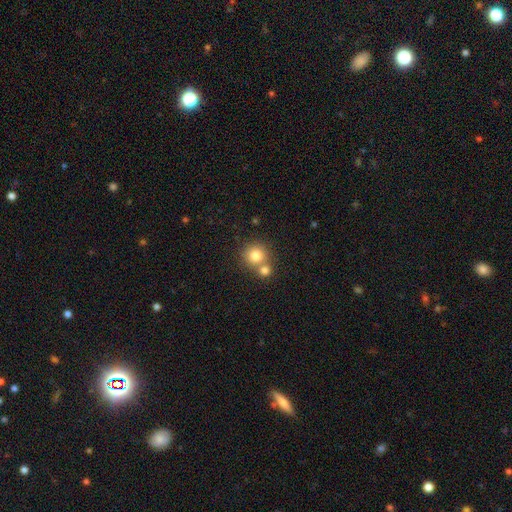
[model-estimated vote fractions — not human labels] A smooth galaxy with no disk features (80%) that is round (90%).

Vote fractions:
- Smooth or featured? smooth: 80% / star or artifact: 11% / featured or disk: 9%
- How rounded? round: 90% / in between: 9% / cigar-shaped: 1%
- Merging? none: 52% / merger: 39% / minor disturbance: 7% / major disturbance: 2%